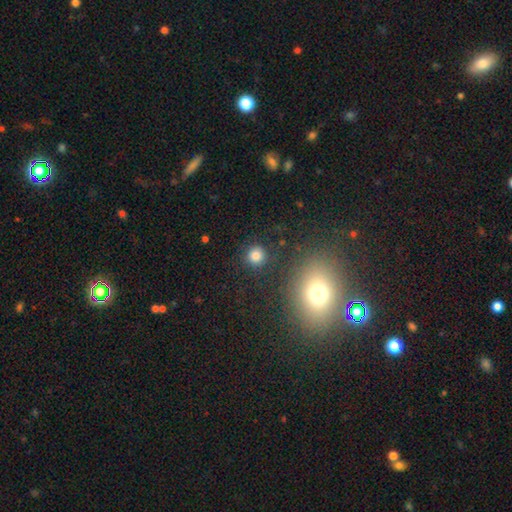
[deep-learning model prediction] A smooth galaxy with no disk features (82%) that is round (92%). Merging: none (87%).